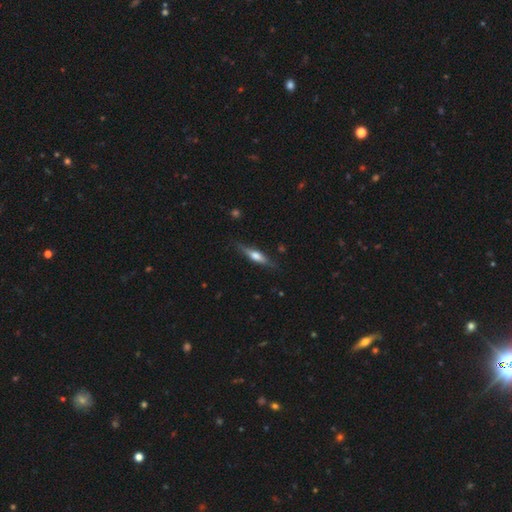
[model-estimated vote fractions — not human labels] Smooth or featured? Predicted: featured or disk (p=0.54). Edge-on disk? Predicted: yes (p=0.94). Edge-on bulge? Predicted: rounded (p=0.84). Merging? Predicted: none (p=0.81).